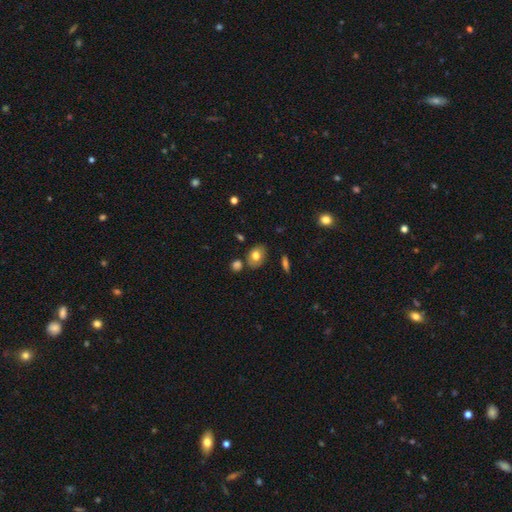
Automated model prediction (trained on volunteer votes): Smooth or featured? smooth (75%)
How rounded? in between (73%)
Merging? none (76%)